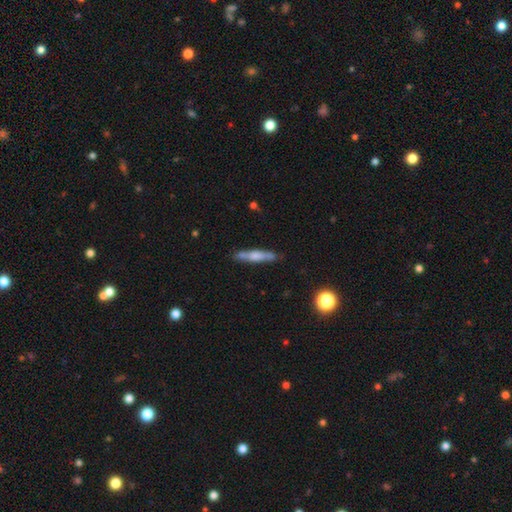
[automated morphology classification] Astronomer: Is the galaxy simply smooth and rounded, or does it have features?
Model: smooth — 53% (runner-up: featured or disk, 40%).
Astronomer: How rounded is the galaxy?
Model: cigar-shaped — 88%.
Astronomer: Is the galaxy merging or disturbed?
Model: none — 79%.